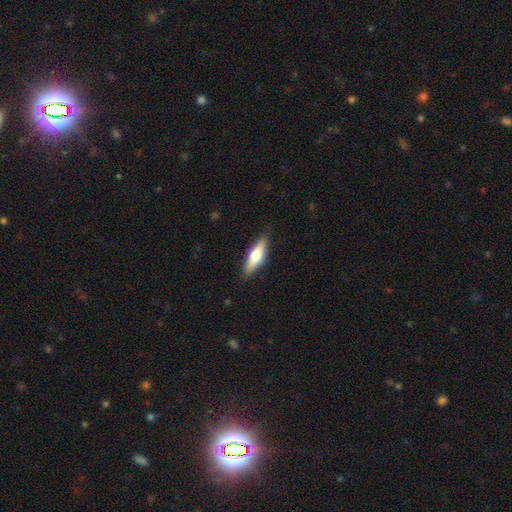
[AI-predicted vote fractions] Overall: smooth (53%; featured or disk 42%). How rounded: cigar-shaped (57%; in between 41%). Merging: none (87%).